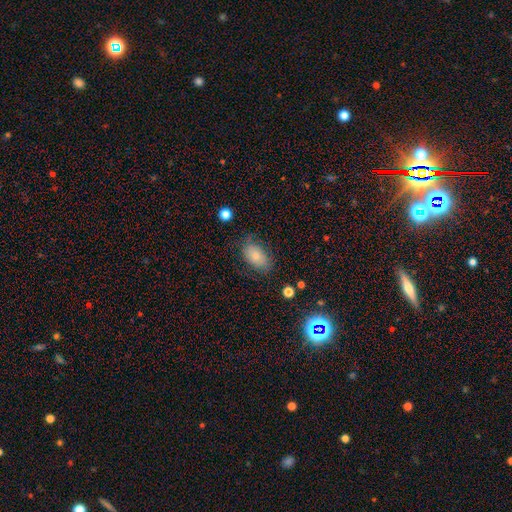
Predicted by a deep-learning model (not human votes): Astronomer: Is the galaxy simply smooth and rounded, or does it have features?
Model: smooth — 76%.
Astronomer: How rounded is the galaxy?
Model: in between — 89%.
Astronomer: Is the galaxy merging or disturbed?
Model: none — 70%.